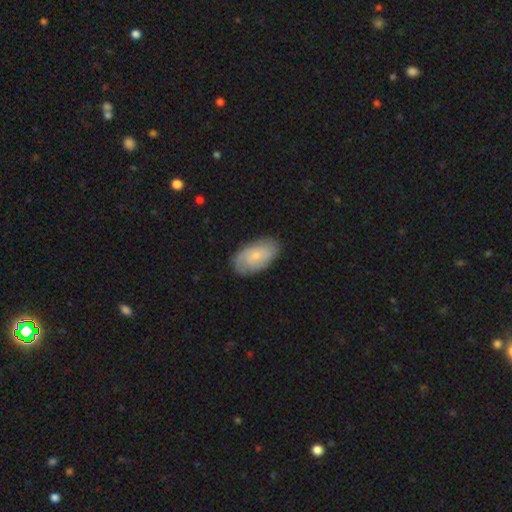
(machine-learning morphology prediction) type=smooth (49%); merging=none (80%).